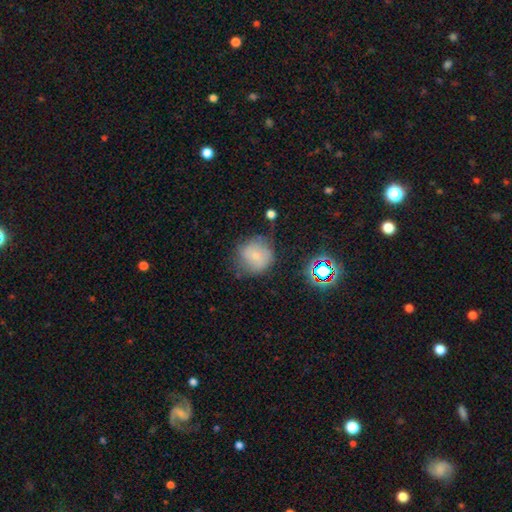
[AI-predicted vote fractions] Q: Smooth or featured?
A: smooth (71%); runner-up: featured or disk (16%)
Q: How rounded?
A: round (88%); runner-up: in between (11%)
Q: Merging?
A: none (60%); runner-up: minor disturbance (26%)